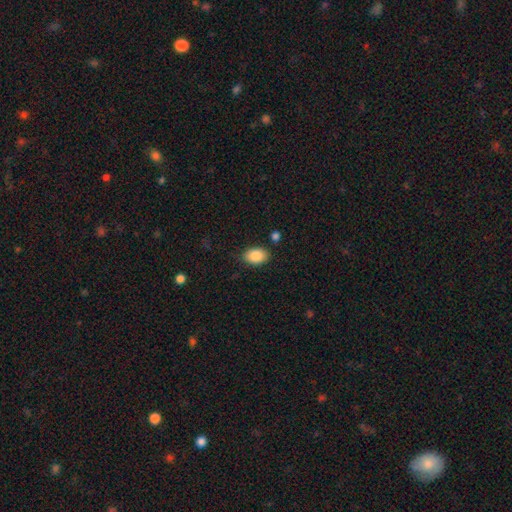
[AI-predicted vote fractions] Smooth or featured: smooth — 88% (star or artifact — 7%)
How rounded: in between — 85% (round — 14%)
Merging: none — 82% (minor disturbance — 12%)